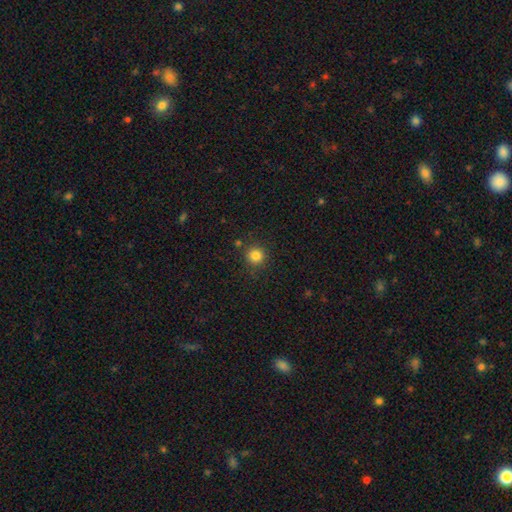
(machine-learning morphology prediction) The model was most divided on "smooth or featured": smooth: 83%, star or artifact: 12%, featured or disk: 4%. More confident: how rounded — round (94%); merging — none (86%).